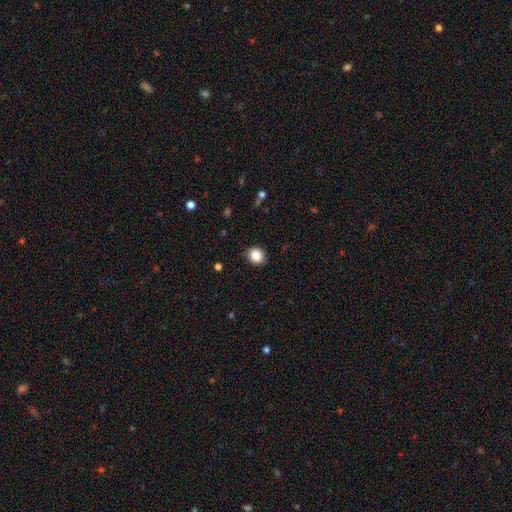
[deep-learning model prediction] The model was most divided on "how rounded": round: 75%, in between: 24%, cigar-shaped: 1%. More confident: merging — none (87%); smooth or featured — smooth (85%).